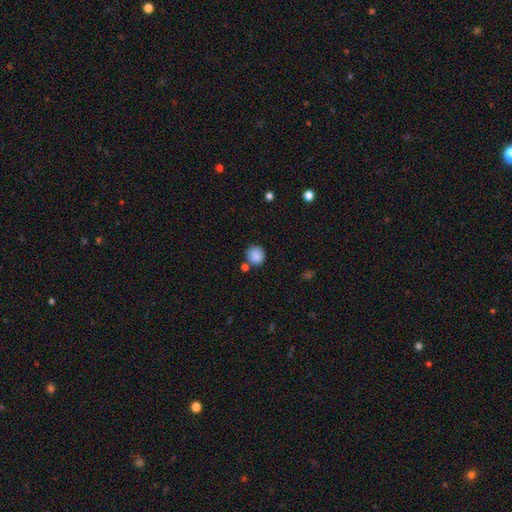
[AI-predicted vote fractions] Q: Smooth or featured?
A: smooth (88%); runner-up: star or artifact (9%)
Q: How rounded?
A: round (90%); runner-up: in between (9%)
Q: Merging?
A: none (75%); runner-up: merger (11%)